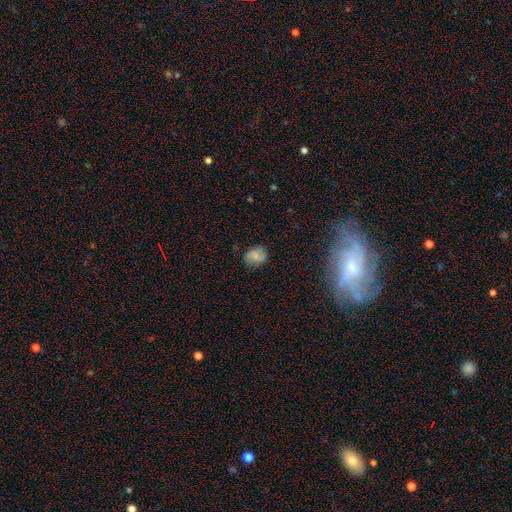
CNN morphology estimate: smooth-or-featured: smooth: 56% | featured or disk: 34% | star or artifact: 10%
  how-rounded: in between: 56% | round: 43% | cigar-shaped: 1%
  merging: none: 70% | minor disturbance: 21% | major disturbance: 7% | merger: 2%